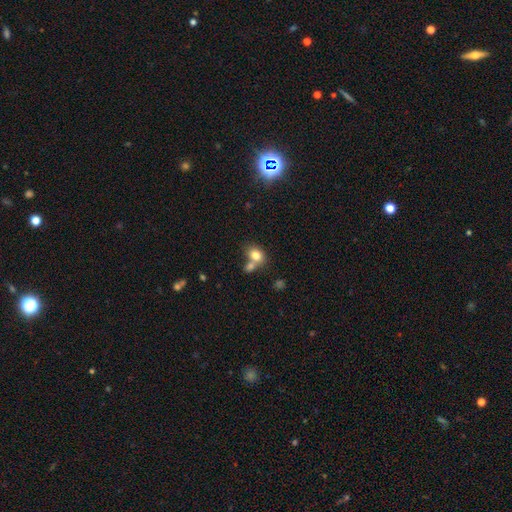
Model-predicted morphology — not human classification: smooth-or-featured: smooth: 79% | featured or disk: 11% | star or artifact: 10%
  how-rounded: in between: 59% | round: 40% | cigar-shaped: 1%
  merging: merger: 44% | none: 40% | minor disturbance: 11% | major disturbance: 5%